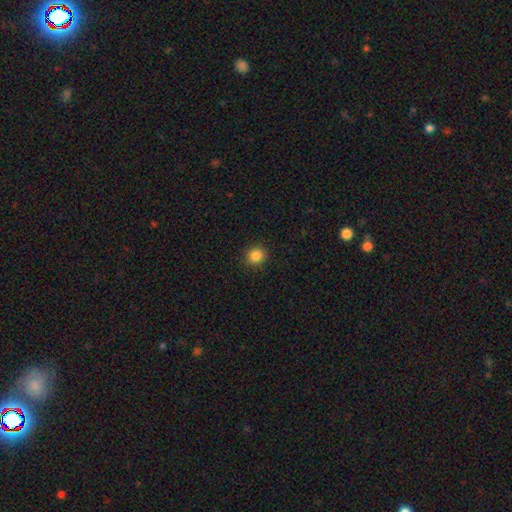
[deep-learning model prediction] Smooth or featured? smooth (86%)
How rounded? round (87%)
Merging? none (91%)